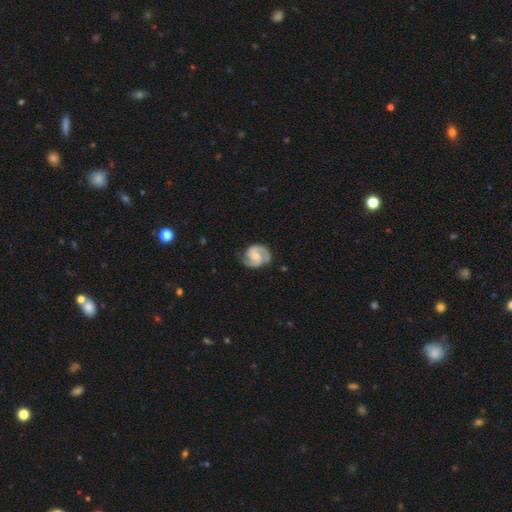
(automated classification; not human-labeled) smooth_or_featured: featured or disk (p=0.89) [alt: smooth p=0.07]
disk_edge_on: no (p=0.98) [alt: yes p=0.02]
bar: no (p=0.49) [alt: weak p=0.41]
has_spiral_arms: yes (p=0.98) [alt: no p=0.02]
spiral_winding: medium (p=0.50) [alt: tight p=0.39]
spiral_arm_count: 2 (p=0.92) [alt: can't tell p=0.03]
bulge_size: small (p=0.50) [alt: moderate p=0.42]
merging: none (p=0.77) [alt: minor disturbance p=0.17]